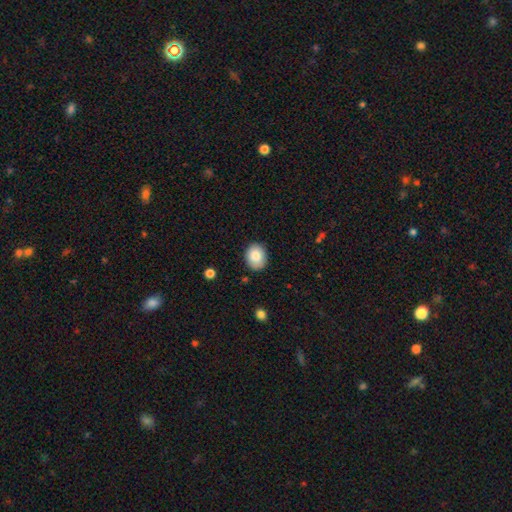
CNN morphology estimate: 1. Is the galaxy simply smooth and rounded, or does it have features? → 84% smooth, 8% featured or disk, 8% star or artifact.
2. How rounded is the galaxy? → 51% in between, 48% round, 1% cigar-shaped.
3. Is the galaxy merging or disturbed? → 86% none, 10% minor disturbance, 2% major disturbance, 1% merger.